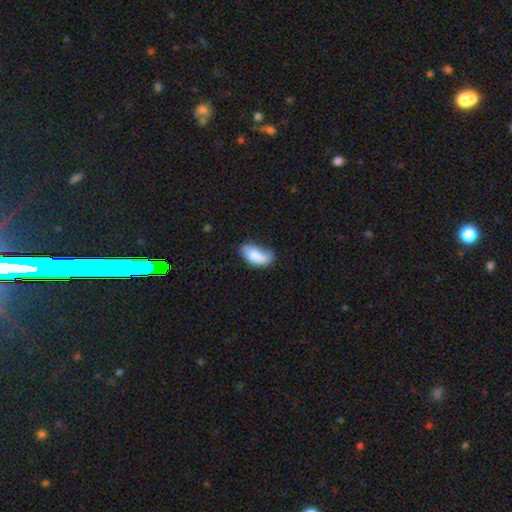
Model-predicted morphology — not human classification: Smooth or featured? smooth (76%)
How rounded? in between (90%)
Merging? none (40%)